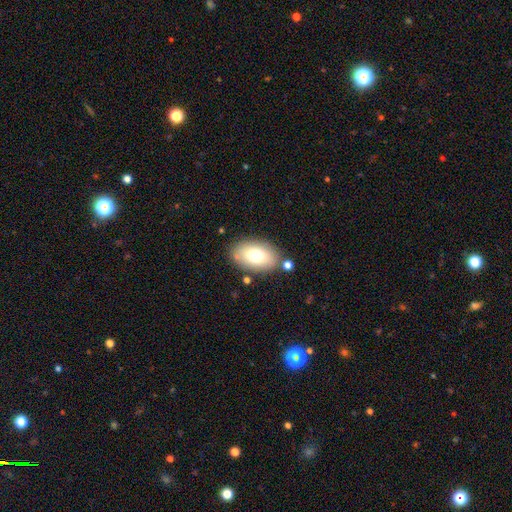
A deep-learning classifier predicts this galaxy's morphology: Smooth or featured? Predicted: smooth (p=0.73). How rounded? Predicted: in between (p=0.89). Merging? Predicted: none (p=0.80).